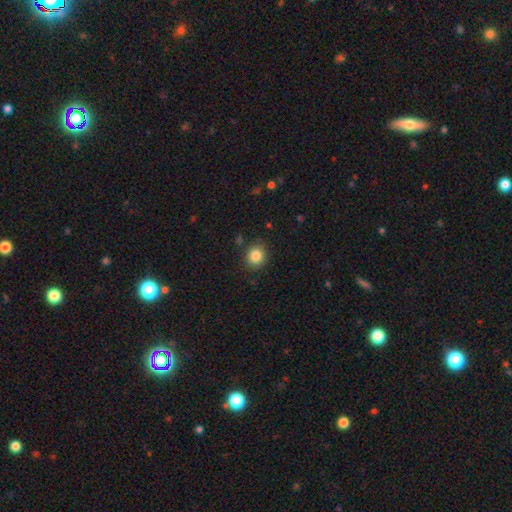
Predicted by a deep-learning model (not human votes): smooth 85%, star or artifact 10%, featured or disk 5%. Down the decision tree: how rounded — round (80%); merging — none (86%).